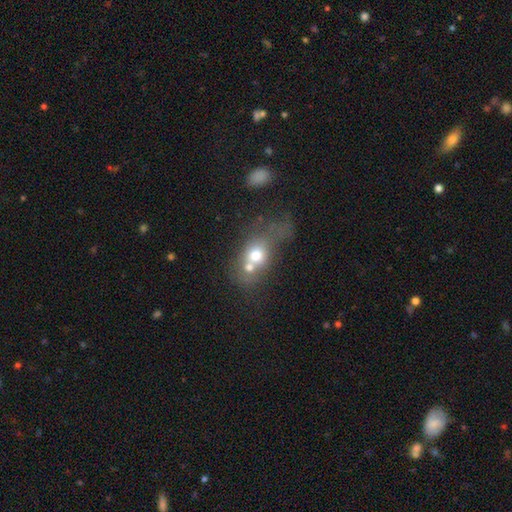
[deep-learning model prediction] smooth 62%, featured or disk 26%, star or artifact 12%. Down the decision tree: how rounded — in between (50%); merging — merger (59%).